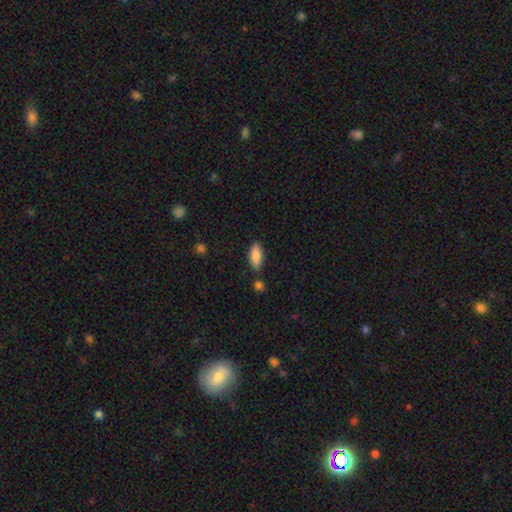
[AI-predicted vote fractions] Smooth or featured: smooth — 88% (star or artifact — 7%)
How rounded: in between — 83% (cigar-shaped — 15%)
Merging: none — 77% (minor disturbance — 13%)